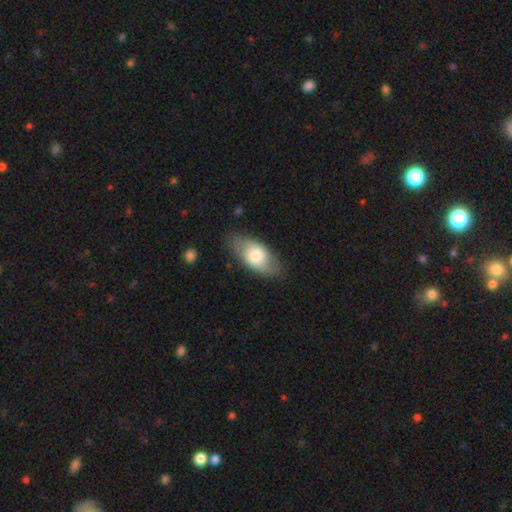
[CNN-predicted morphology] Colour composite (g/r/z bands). It shows a smooth galaxy with no disk features (69%) that is in between round and cigar-shaped (90%). Merging: none (79%).